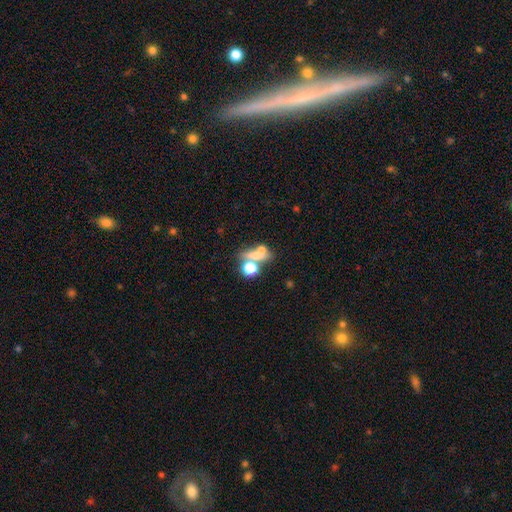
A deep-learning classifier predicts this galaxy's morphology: This appears to be a smooth galaxy with no disk features (55%) that is in between round and cigar-shaped (46%). Merging: merger (50%).